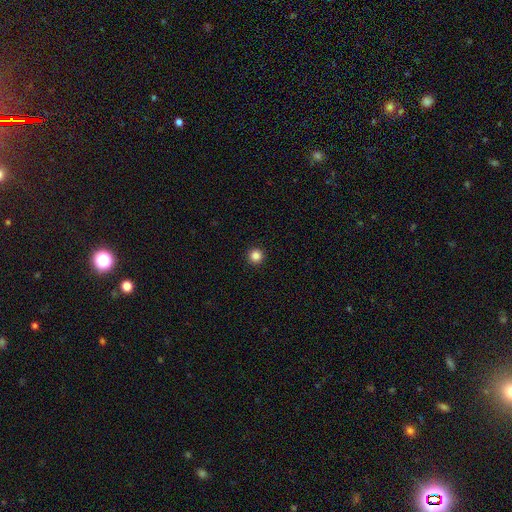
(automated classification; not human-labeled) Overall: smooth (86%). How rounded: round (96%). Merging: none (94%).